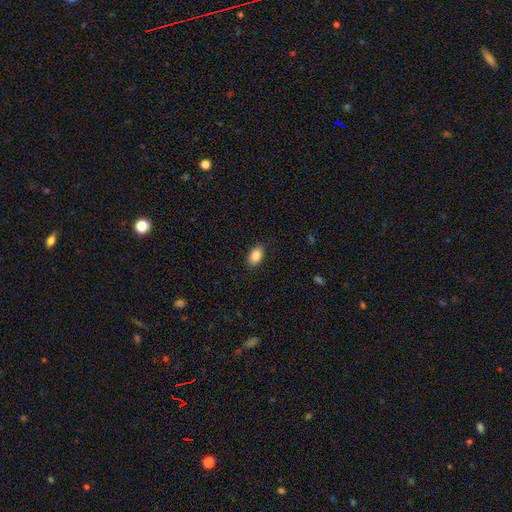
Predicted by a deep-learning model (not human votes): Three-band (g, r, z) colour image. It shows a smooth galaxy with no disk features (88%) that is in between round and cigar-shaped (90%). Merging: none (87%).